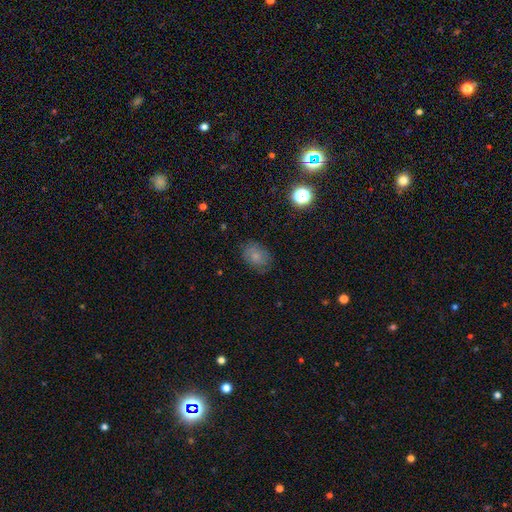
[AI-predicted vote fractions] This appears to be a smooth galaxy with no disk features (76%) that is in between round and cigar-shaped (69%). Merging: none (77%).